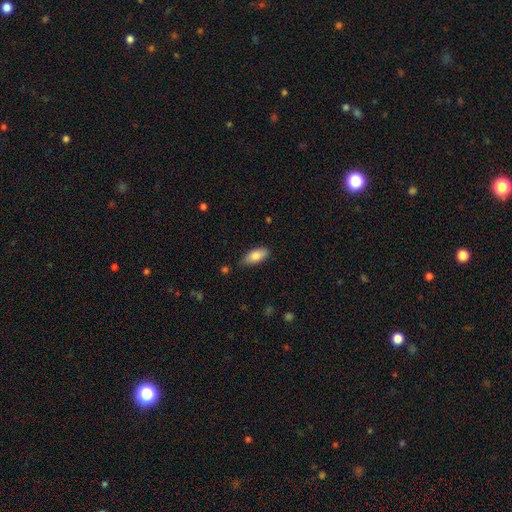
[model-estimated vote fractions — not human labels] Morphology: type=smooth (82%); roundness=in between (85%); merging=none (77%).